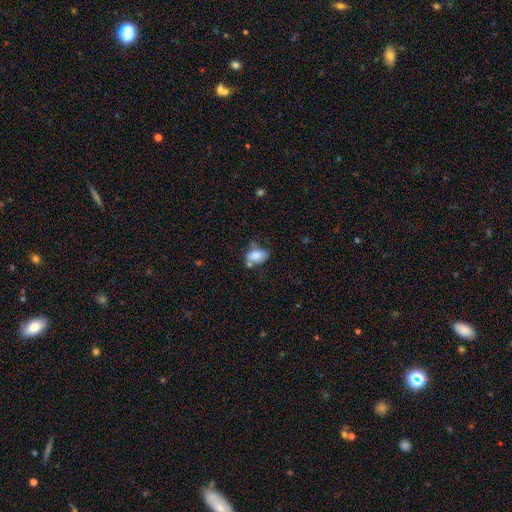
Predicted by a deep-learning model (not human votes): Q: Smooth or featured?
A: smooth (78%); runner-up: featured or disk (13%)
Q: How rounded?
A: in between (87%); runner-up: round (11%)
Q: Merging?
A: none (48%); runner-up: minor disturbance (25%)